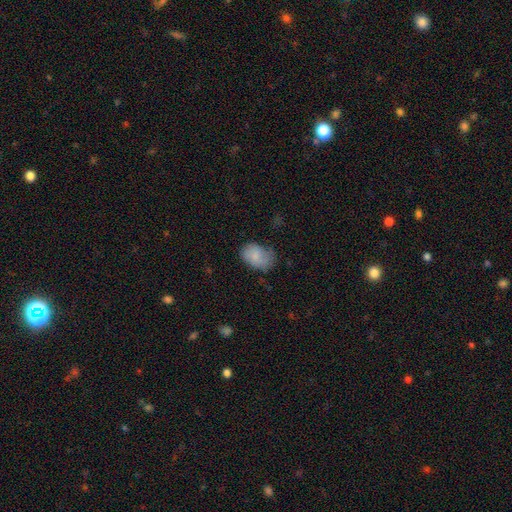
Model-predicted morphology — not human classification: Smooth or featured? smooth (78%)
How rounded? in between (86%)
Merging? none (56%)